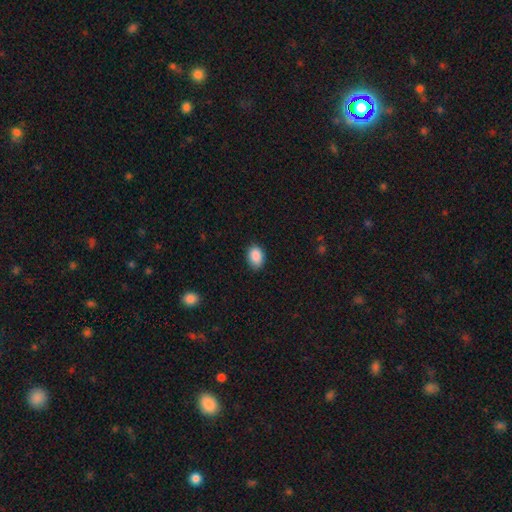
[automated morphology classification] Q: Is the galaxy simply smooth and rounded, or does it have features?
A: smooth — 89%.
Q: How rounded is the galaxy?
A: in between — 79%.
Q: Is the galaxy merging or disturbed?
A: none — 85%.